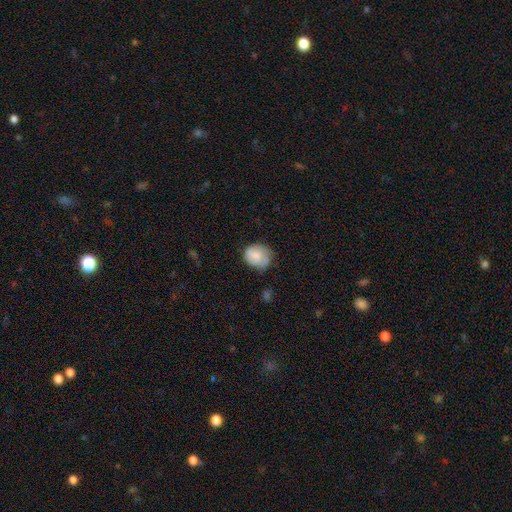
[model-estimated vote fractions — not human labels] Smooth or featured? Predicted: smooth (p=0.73). How rounded? Predicted: round (p=0.73). Merging? Predicted: none (p=0.57).